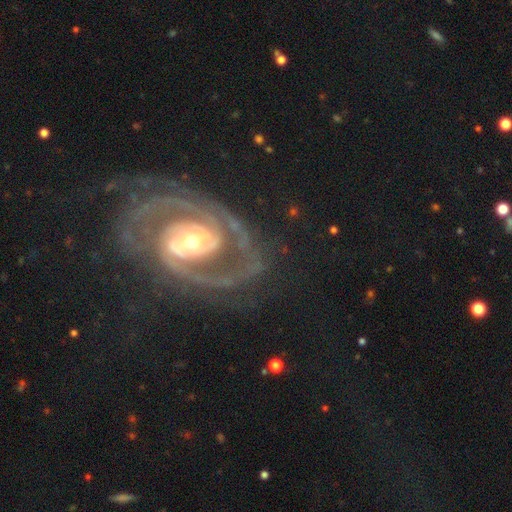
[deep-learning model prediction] Smooth or featured? Predicted: featured or disk (p=0.90). Edge-on disk? Predicted: no (p=0.97). Bar? Predicted: no (p=0.47). Spiral arms? Predicted: yes (p=0.96). Spiral winding? Predicted: tight (p=0.50). Spiral arm count? Predicted: 2 (p=0.69). Bulge size? Predicted: moderate (p=0.53). Merging? Predicted: none (p=0.66).